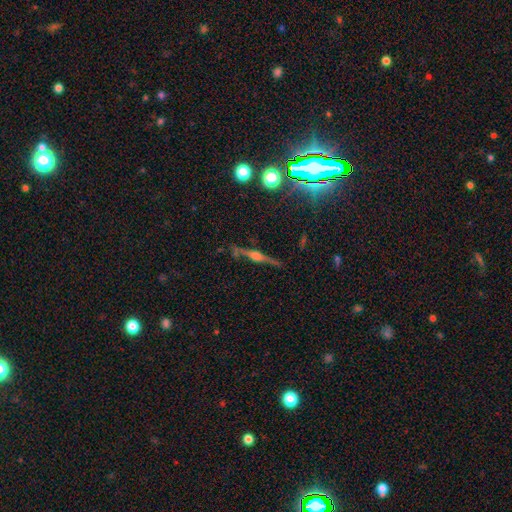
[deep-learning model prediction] The model was most divided on "smooth or featured": featured or disk: 77%, star or artifact: 12%, smooth: 11%. More confident: edge-on disk — yes (96%); edge-on bulge — rounded (87%); merging — none (85%).